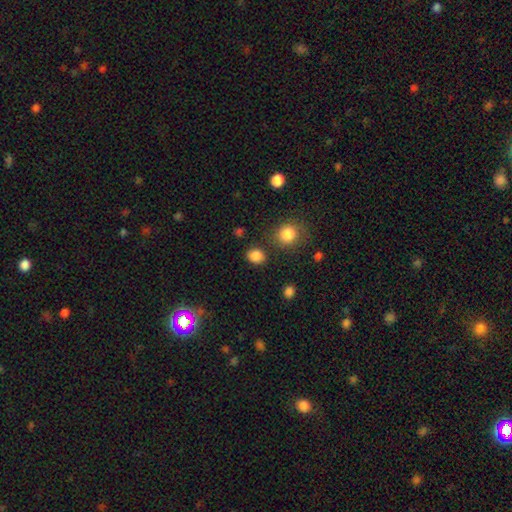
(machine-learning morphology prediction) This is clearly a smooth galaxy (85%). How rounded: likely round (61%). Merging: likely none (80%).